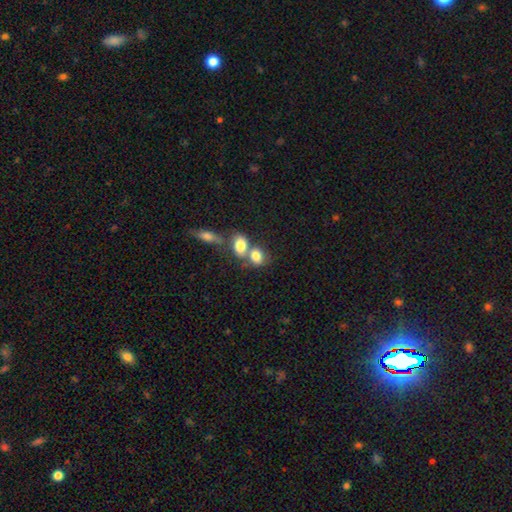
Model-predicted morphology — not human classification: This appears to be a smooth galaxy with no disk features (80%) that is in between round and cigar-shaped (66%). Merging: merger (57%).